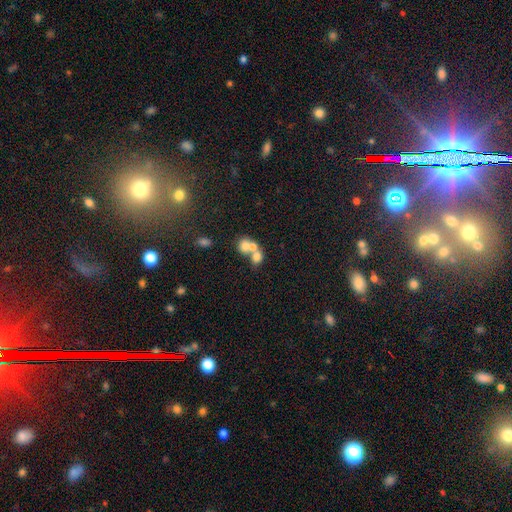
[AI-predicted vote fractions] This is possibly a smooth galaxy (58%). How rounded: possibly round (60%). Merging: possibly merger (58%).